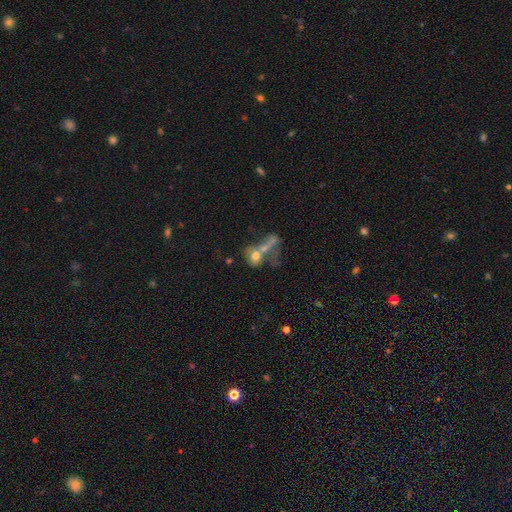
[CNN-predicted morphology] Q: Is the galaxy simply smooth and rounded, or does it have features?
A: smooth — 61%.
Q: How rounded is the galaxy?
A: round — 50%.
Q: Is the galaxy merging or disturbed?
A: merger — 55%.